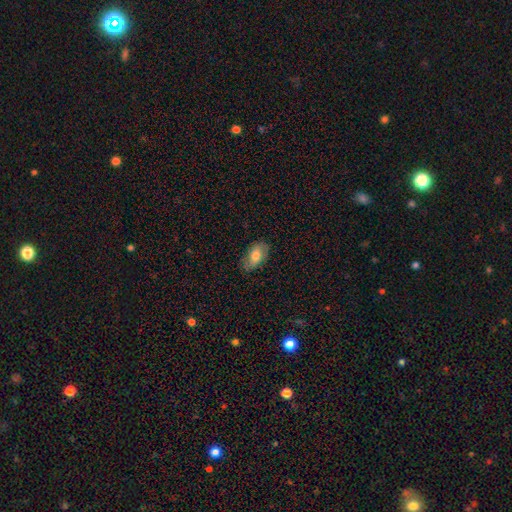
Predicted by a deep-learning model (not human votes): smooth 73%, featured or disk 20%, star or artifact 7%. Down the decision tree: how rounded — in between (92%); merging — none (77%).